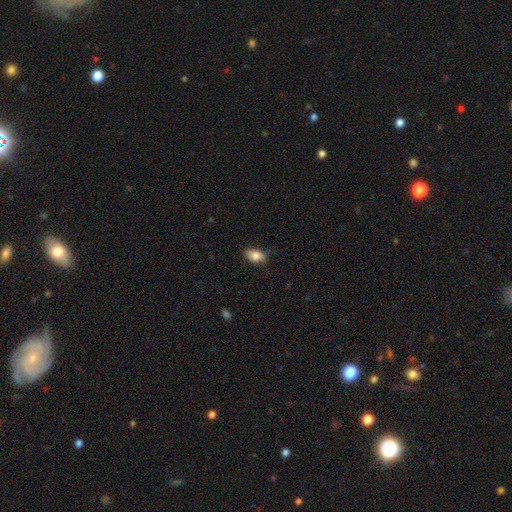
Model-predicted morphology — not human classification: Smooth or featured?
  - smooth: 83% *
  - featured or disk: 9%
  - star or artifact: 8%
How rounded?
  - in between: 88% *
  - round: 9%
  - cigar-shaped: 2%
Merging?
  - none: 76% *
  - minor disturbance: 20%
  - major disturbance: 3%
  - merger: 1%